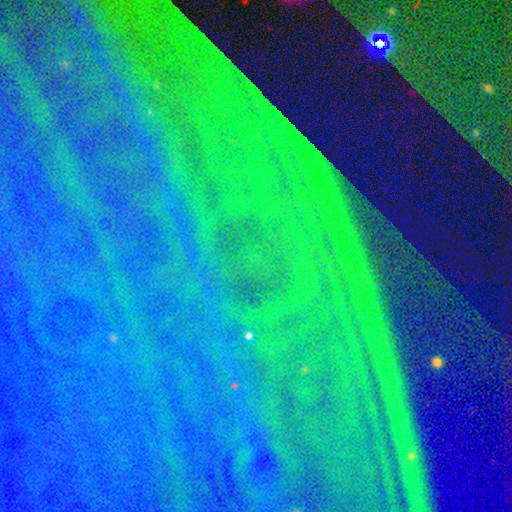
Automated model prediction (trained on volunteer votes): Overall: star or artifact (87%).